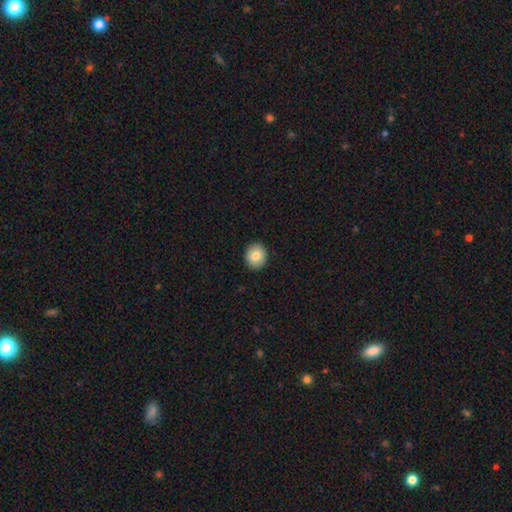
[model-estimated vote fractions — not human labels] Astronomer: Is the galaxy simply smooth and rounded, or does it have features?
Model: smooth — 81%.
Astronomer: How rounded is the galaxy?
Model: round — 80%.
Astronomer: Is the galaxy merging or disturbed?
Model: none — 92%.